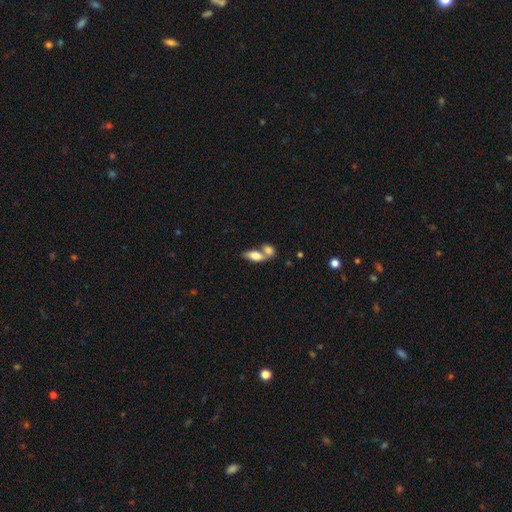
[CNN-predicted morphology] A smooth galaxy with no disk features (73%) that is in between round and cigar-shaped (83%). Merging: merger (60%).